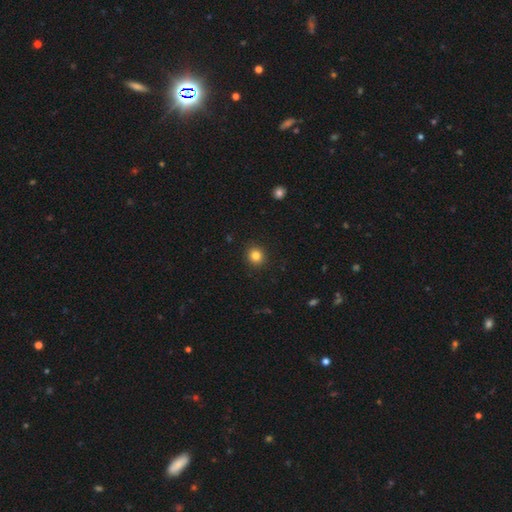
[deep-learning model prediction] Smooth or featured: smooth — 83% (star or artifact — 11%)
How rounded: round — 87% (in between — 13%)
Merging: none — 92% (minor disturbance — 6%)